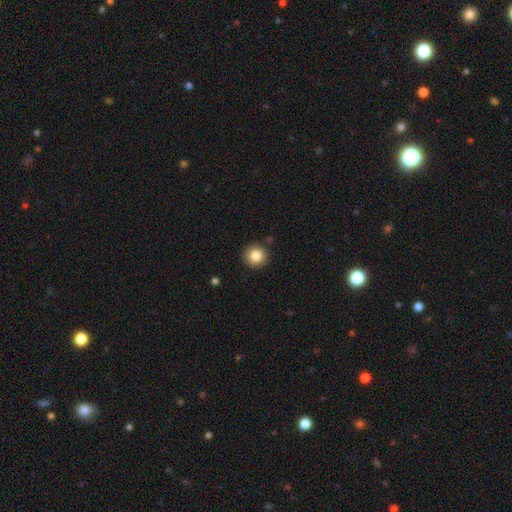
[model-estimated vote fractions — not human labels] This is clearly a smooth galaxy (83%). How rounded: clearly round (94%). Merging: clearly none (90%).